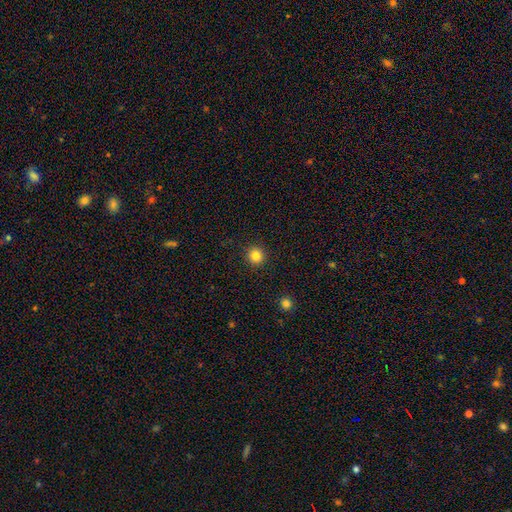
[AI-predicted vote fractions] Morphology: type=smooth (83%); roundness=round (95%); merging=none (92%).